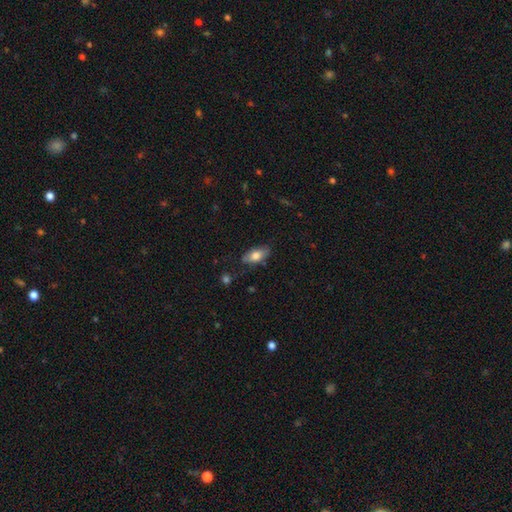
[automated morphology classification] smooth_or_featured: smooth (p=0.74) [alt: featured or disk p=0.19]
how_rounded: in between (p=0.85) [alt: cigar-shaped p=0.11]
merging: none (p=0.73) [alt: minor disturbance p=0.21]